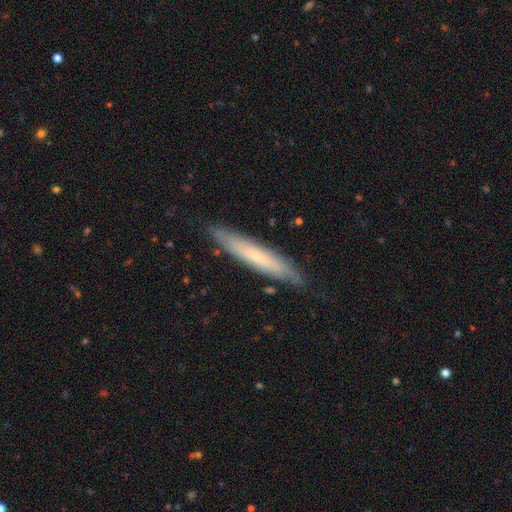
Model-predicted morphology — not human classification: This appears to be a smooth galaxy with no disk features (53%) that is cigar-shaped (92%). Merging: none (84%).